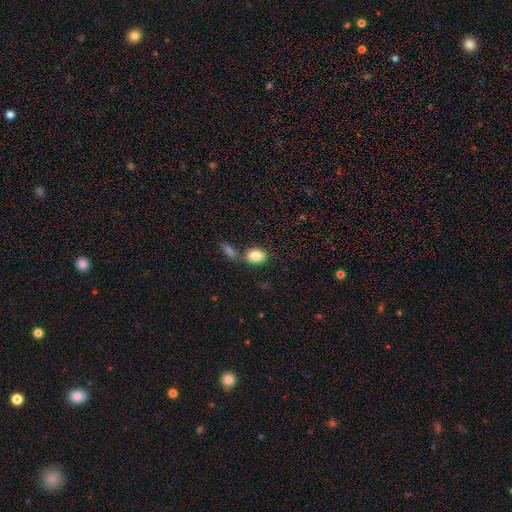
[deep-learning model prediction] Q: Smooth or featured?
A: smooth (85%); runner-up: star or artifact (8%)
Q: How rounded?
A: in between (72%); runner-up: round (27%)
Q: Merging?
A: none (62%); runner-up: merger (23%)